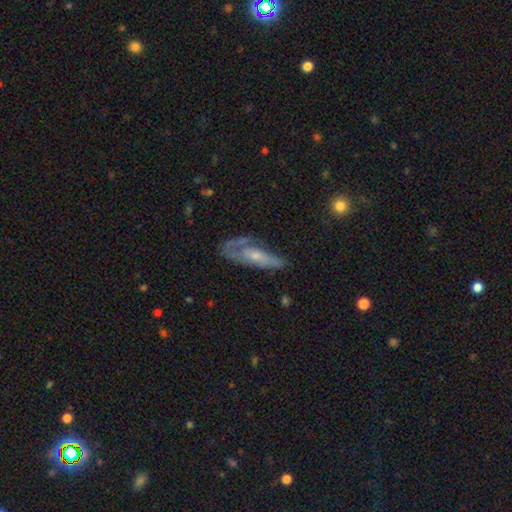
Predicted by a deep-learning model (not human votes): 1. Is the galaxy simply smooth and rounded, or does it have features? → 59% featured or disk, 33% smooth, 8% star or artifact.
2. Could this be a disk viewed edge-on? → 75% no, 25% yes.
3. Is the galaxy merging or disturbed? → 43% none, 27% minor disturbance, 25% major disturbance, 5% merger.